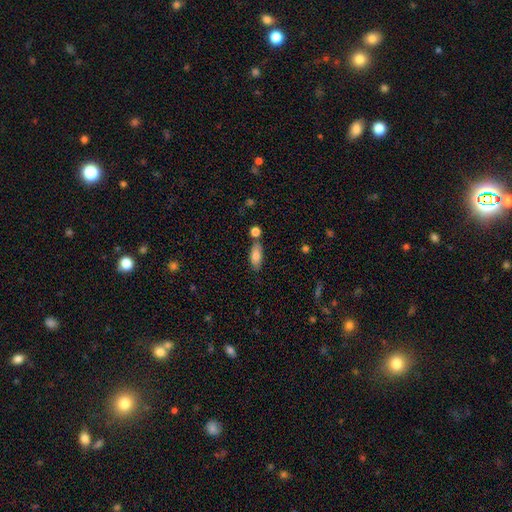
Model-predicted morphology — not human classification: Smooth or featured: smooth — 79% (featured or disk — 14%)
How rounded: in between — 80% (cigar-shaped — 17%)
Merging: none — 68% (minor disturbance — 15%)